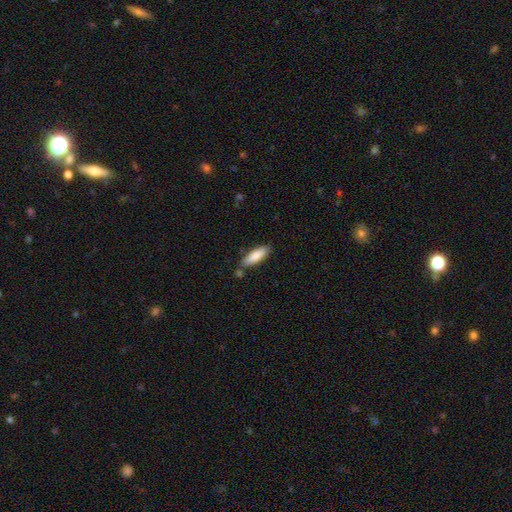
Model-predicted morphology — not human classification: smooth_or_featured: smooth (p=0.83) [alt: featured or disk p=0.11]
how_rounded: cigar-shaped (p=0.52) [alt: in between p=0.47]
merging: none (p=0.74) [alt: minor disturbance p=0.15]